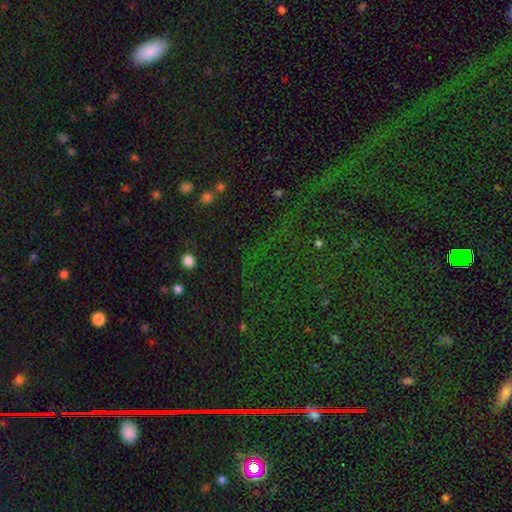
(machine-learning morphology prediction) A star or artifact, not a galaxy (81%).

Vote fractions:
- Smooth or featured? star or artifact: 81% / smooth: 10% / featured or disk: 8%